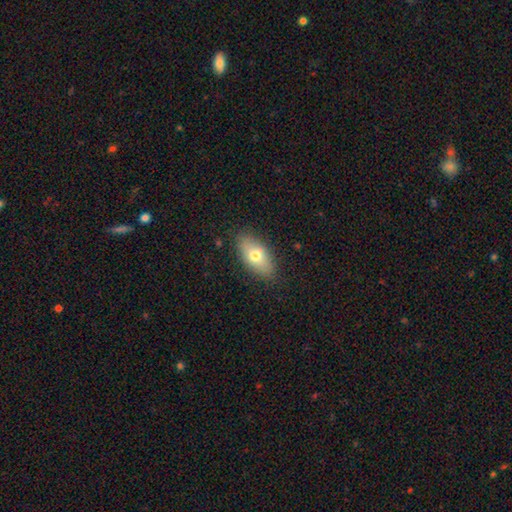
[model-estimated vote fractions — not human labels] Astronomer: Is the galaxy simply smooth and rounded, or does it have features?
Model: smooth — 71%.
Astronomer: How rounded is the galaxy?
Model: in between — 88%.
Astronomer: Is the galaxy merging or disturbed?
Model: none — 84%.